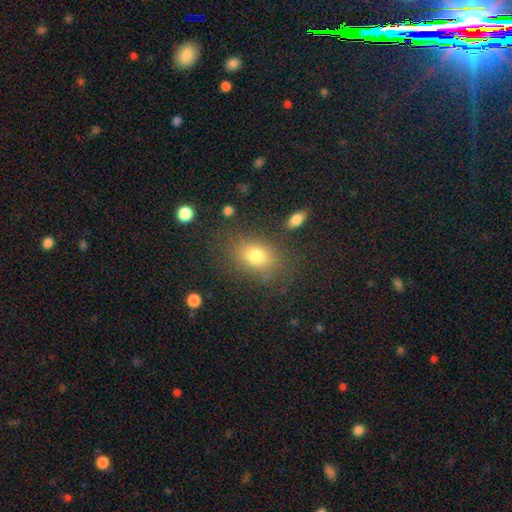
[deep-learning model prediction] Q: Smooth or featured?
A: smooth (77%); runner-up: star or artifact (12%)
Q: How rounded?
A: in between (73%); runner-up: round (26%)
Q: Merging?
A: none (77%); runner-up: minor disturbance (14%)